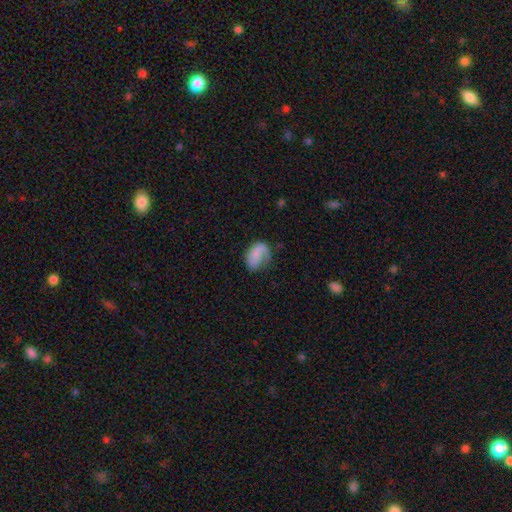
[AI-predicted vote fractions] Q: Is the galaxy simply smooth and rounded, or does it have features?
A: featured or disk — 48%.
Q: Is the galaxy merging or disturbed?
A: none — 50%.